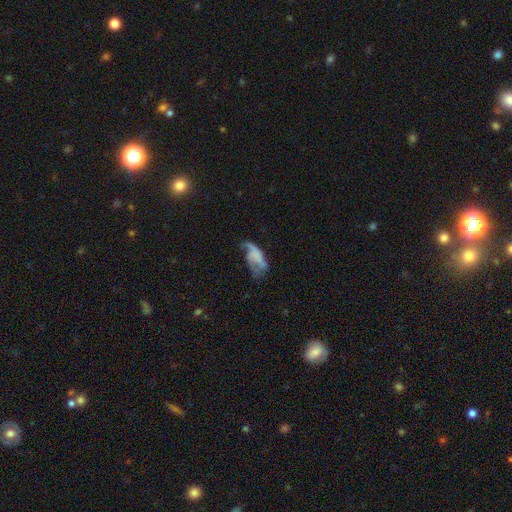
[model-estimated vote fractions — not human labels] featured or disk 49%, smooth 40%, star or artifact 11%. Down the decision tree: merging — major disturbance (44%).